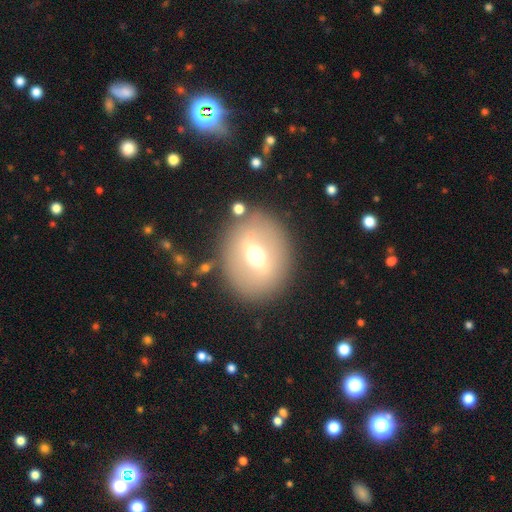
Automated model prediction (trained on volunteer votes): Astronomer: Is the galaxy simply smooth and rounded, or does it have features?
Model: smooth — 47% (runner-up: featured or disk, 41%).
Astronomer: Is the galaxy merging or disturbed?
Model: none — 81%.